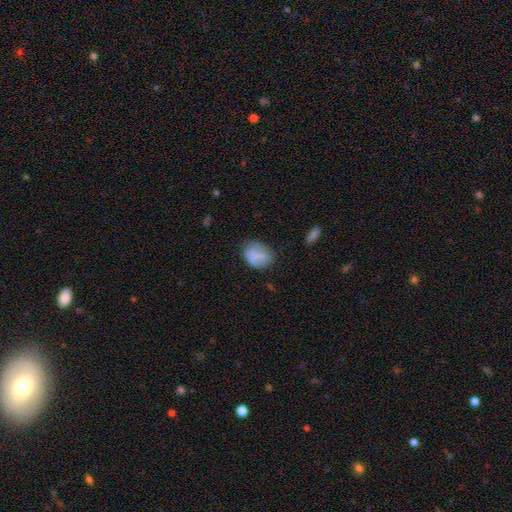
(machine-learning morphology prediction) Overall: smooth (75%). How rounded: in between (57%; round 42%). Merging: none (63%; minor disturbance 25%).